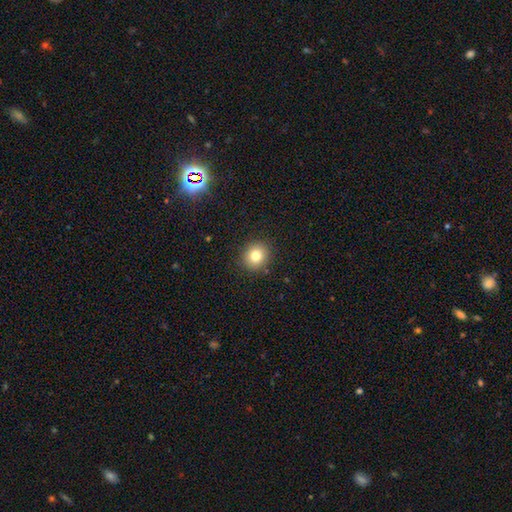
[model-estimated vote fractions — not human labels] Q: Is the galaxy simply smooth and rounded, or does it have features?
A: smooth — 80%.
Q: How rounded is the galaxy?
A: round — 84%.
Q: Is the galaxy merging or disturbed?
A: none — 90%.